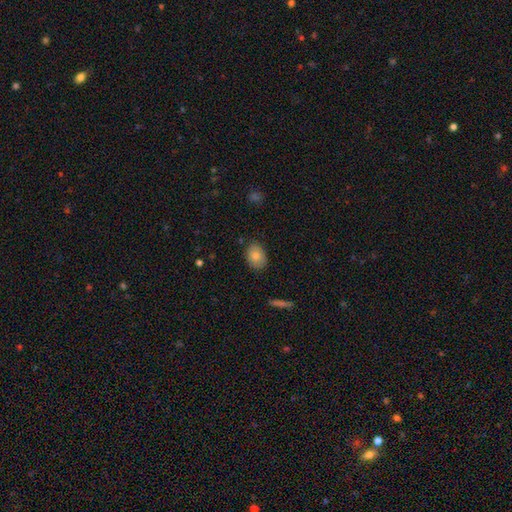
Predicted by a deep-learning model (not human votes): Smooth or featured: smooth — 81% (featured or disk — 11%)
How rounded: in between — 73% (round — 26%)
Merging: none — 85% (minor disturbance — 12%)